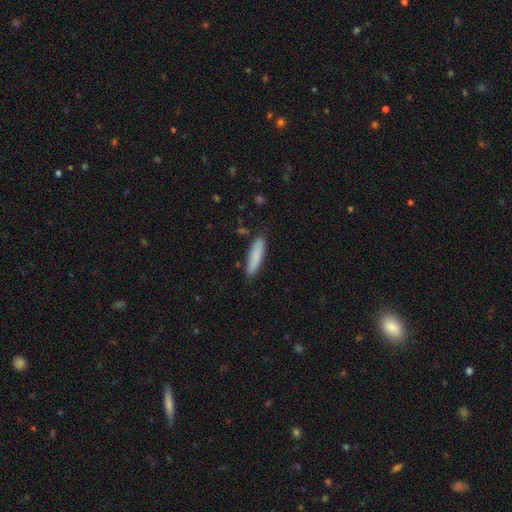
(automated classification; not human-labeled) The model was most divided on "how rounded": cigar-shaped: 71%, in between: 27%, round: 1%. More confident: merging — none (85%); smooth or featured — smooth (84%).